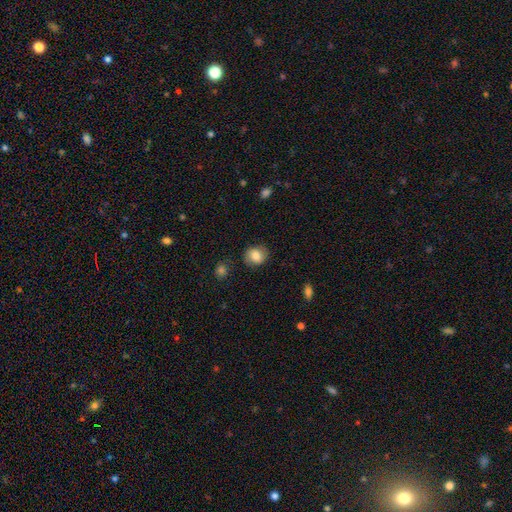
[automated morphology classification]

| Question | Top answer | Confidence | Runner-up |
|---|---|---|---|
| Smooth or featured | smooth | 79% | featured or disk (13%) |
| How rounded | round | 68% | in between (31%) |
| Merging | none | 82% | minor disturbance (13%) |